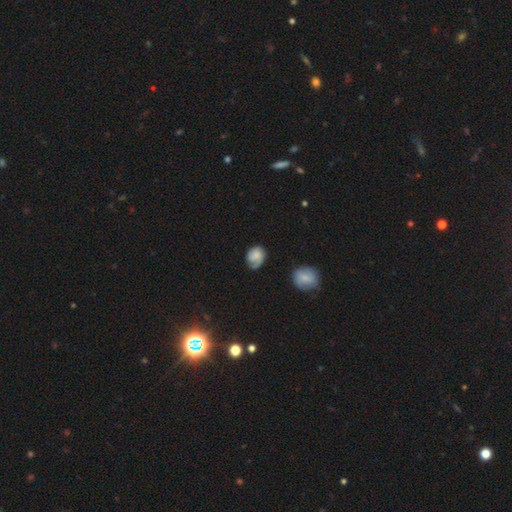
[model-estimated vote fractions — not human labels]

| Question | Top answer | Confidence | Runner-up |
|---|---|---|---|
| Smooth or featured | smooth | 57% | featured or disk (35%) |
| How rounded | round | 52% | in between (47%) |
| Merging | none | 49% | minor disturbance (30%) |